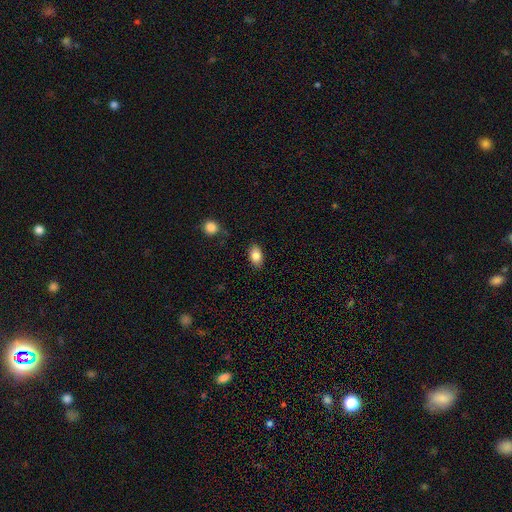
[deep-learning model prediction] Smooth or featured: smooth — 83% (featured or disk — 9%)
How rounded: in between — 88% (round — 10%)
Merging: none — 84% (minor disturbance — 11%)